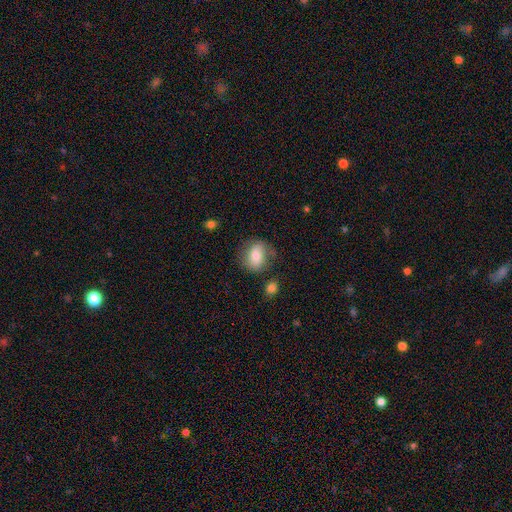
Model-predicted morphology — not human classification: Smooth or featured: smooth — 71% (featured or disk — 21%)
How rounded: round — 51% (in between — 47%)
Merging: none — 69% (minor disturbance — 19%)